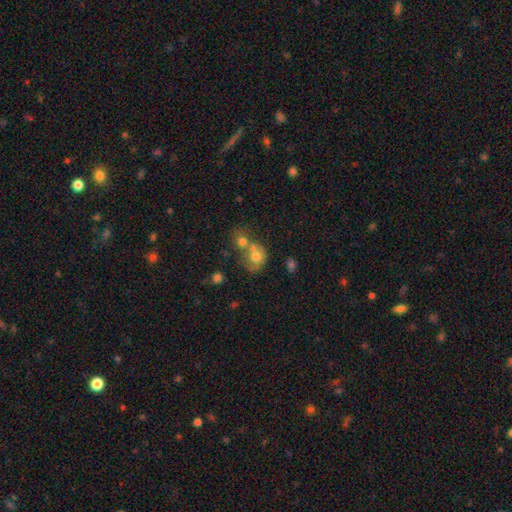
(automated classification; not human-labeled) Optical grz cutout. It shows a smooth galaxy with no disk features (66%) that is round (64%). Merging: merger (62%).